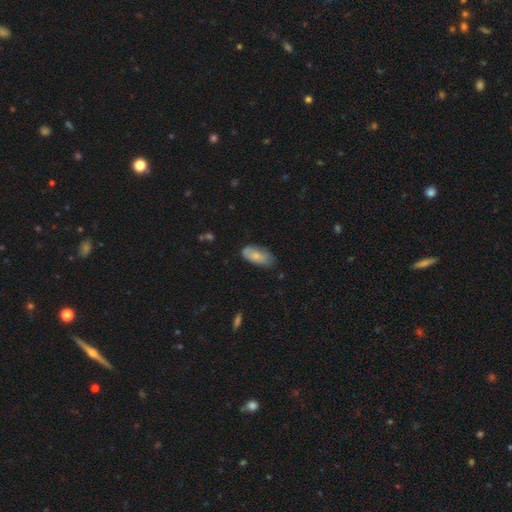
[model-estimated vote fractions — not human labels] Smooth or featured? Predicted: smooth (p=0.75). How rounded? Predicted: in between (p=0.90). Merging? Predicted: none (p=0.62).